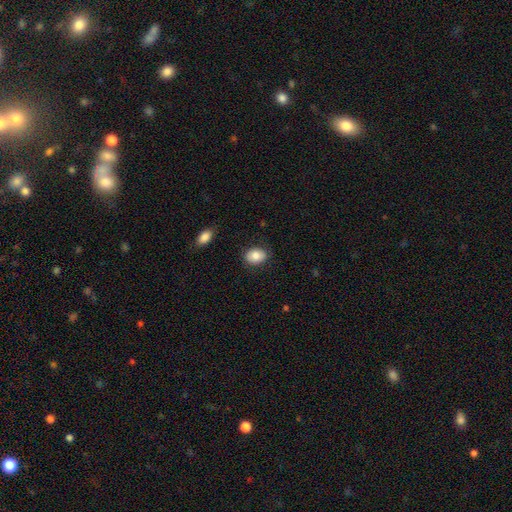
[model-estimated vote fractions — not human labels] This appears to be a smooth galaxy with no disk features (82%) that is in between round and cigar-shaped (66%). Merging: none (85%).